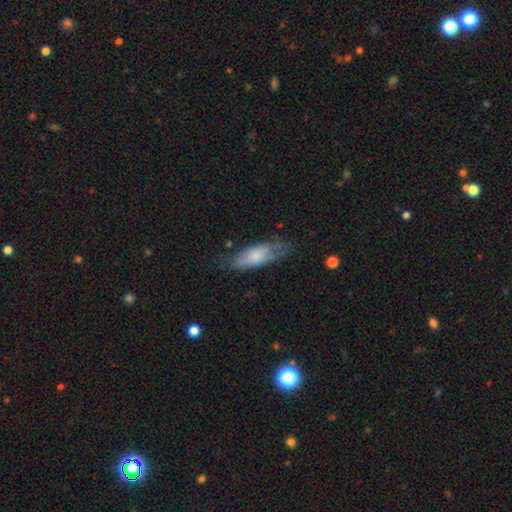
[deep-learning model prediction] The model was most divided on "merging": none: 53%, minor disturbance: 31%, major disturbance: 14%, merger: 2%. More confident: how rounded — in between (69%); smooth or featured — smooth (64%).